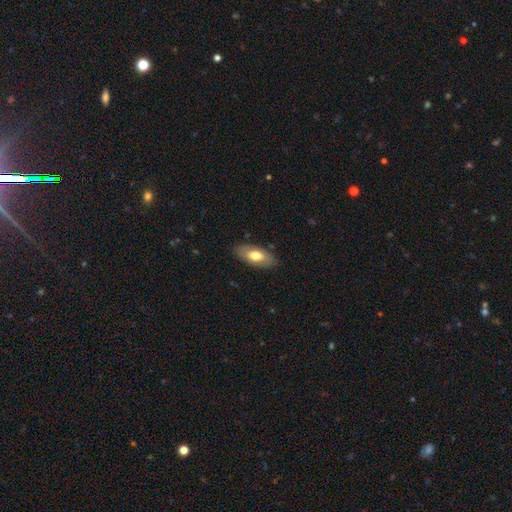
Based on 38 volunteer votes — Morphology: type=smooth (74%); roundness=in between (89%); merging=none (72%).